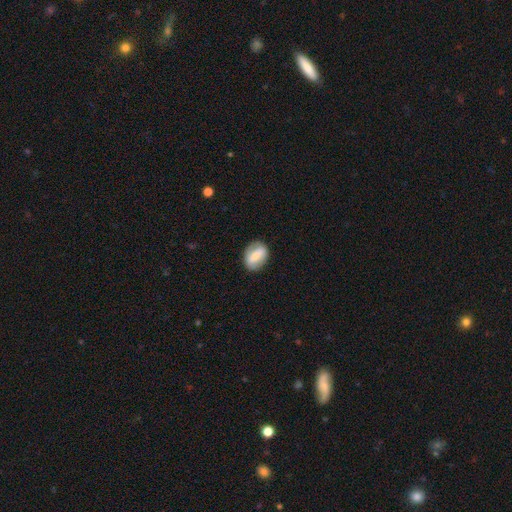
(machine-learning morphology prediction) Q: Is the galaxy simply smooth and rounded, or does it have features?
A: smooth — 57%.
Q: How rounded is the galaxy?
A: in between — 72%.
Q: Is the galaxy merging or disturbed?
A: none — 79%.